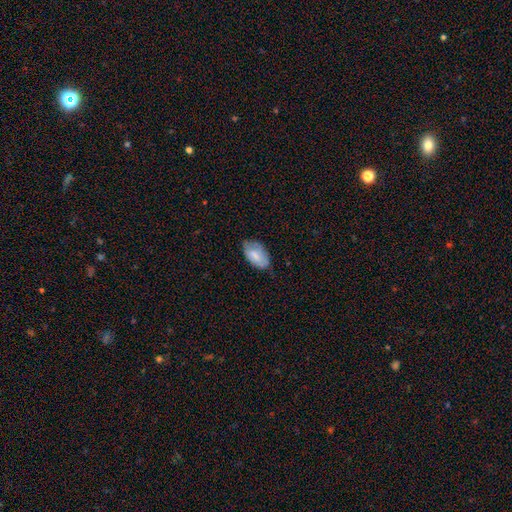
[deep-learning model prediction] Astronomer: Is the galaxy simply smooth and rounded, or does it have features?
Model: smooth — 75%.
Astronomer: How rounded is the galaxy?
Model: in between — 94%.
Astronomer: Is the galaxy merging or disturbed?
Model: none — 61%.